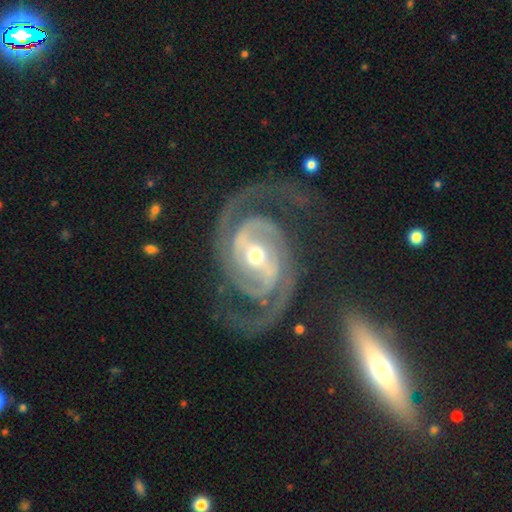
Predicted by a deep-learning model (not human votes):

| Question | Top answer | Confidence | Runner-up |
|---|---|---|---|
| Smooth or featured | featured or disk | 93% | star or artifact (4%) |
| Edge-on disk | no | 98% | yes (2%) |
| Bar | strong | 43% | weak (36%) |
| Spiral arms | yes | 98% | no (2%) |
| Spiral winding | medium | 50% | tight (40%) |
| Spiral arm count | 2 | 87% | 3 (5%) |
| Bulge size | moderate | 61% | small (33%) |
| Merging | none | 76% | minor disturbance (13%) |